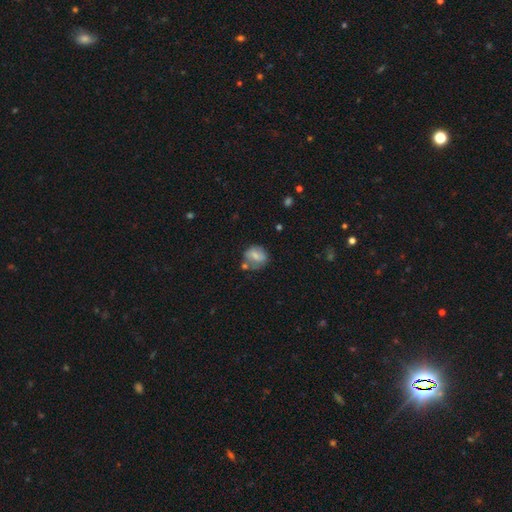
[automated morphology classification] This is likely a smooth galaxy (63%). How rounded: likely round (63%). Merging: possibly none (55%).